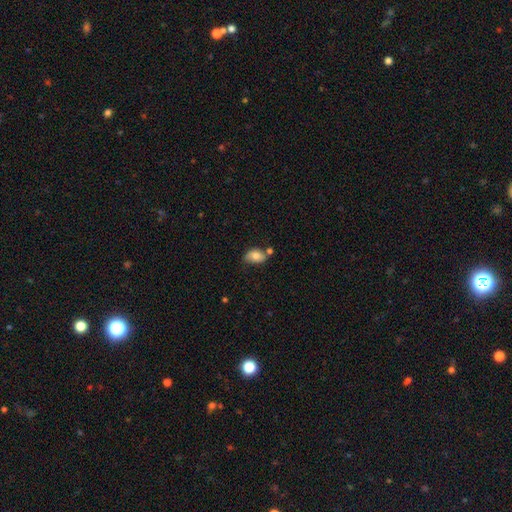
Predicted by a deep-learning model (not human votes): Overall: smooth (71%). How rounded: in between (87%). Merging: none (56%; minor disturbance 23%).